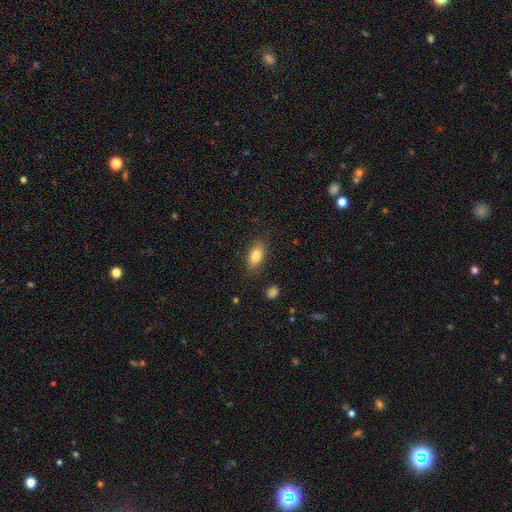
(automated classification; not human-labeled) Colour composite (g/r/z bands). It shows a smooth galaxy with no disk features (84%) that is in between round and cigar-shaped (87%). Merging: none (83%).